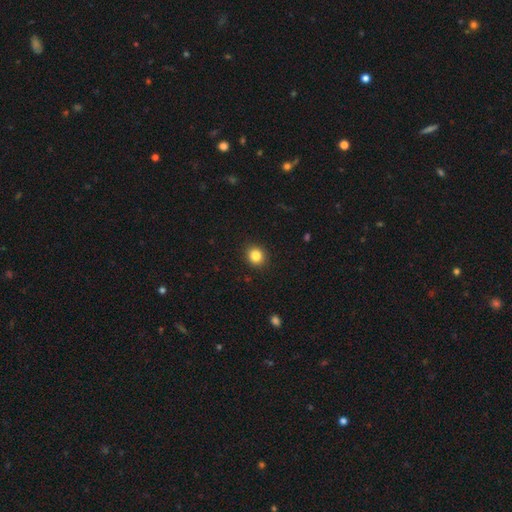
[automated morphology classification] Smooth or featured: smooth — 83% (star or artifact — 11%)
How rounded: round — 82% (in between — 17%)
Merging: none — 92% (minor disturbance — 6%)